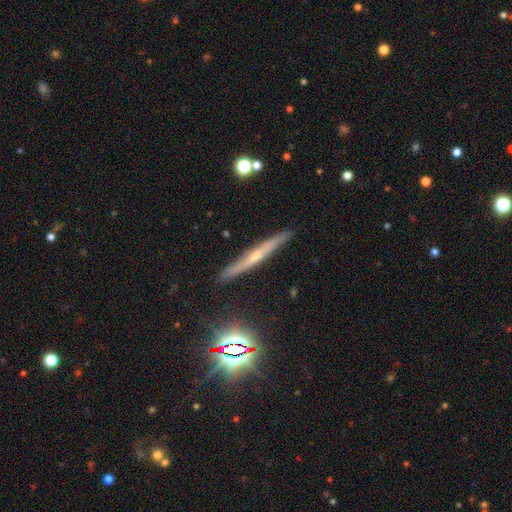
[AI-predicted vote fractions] A featured or disk galaxy (64%) viewed edge-on (95%) with a rounded central bulge (64%).

Vote fractions:
- Smooth or featured? featured or disk: 64% / smooth: 24% / star or artifact: 12%
- Edge-on disk? yes: 95% / no: 5%
- Edge-on bulge? rounded: 64% / none: 31% / boxy: 6%
- Merging? none: 89% / minor disturbance: 8% / major disturbance: 2% / merger: 1%